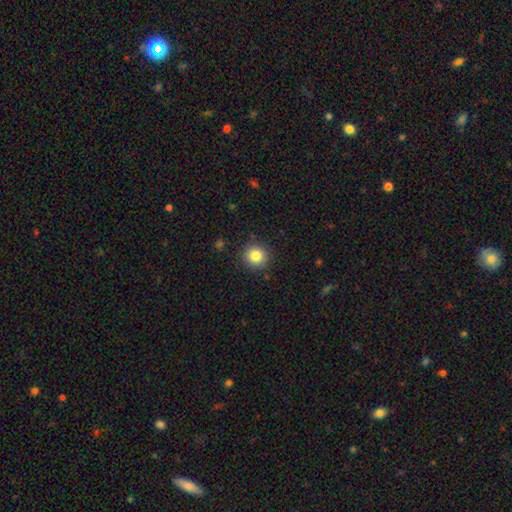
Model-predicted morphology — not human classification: This appears to be a smooth galaxy with no disk features (84%) that is round (92%). Merging: none (89%).